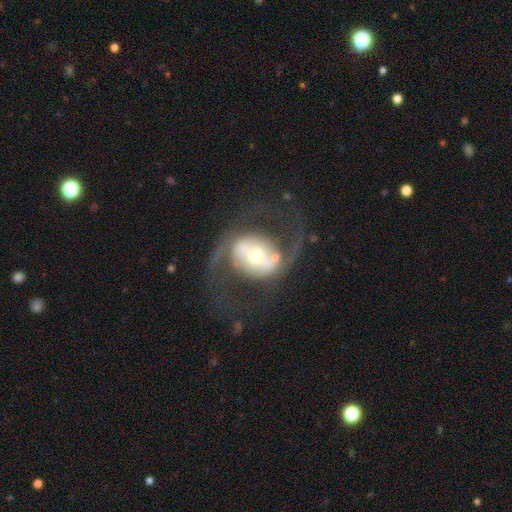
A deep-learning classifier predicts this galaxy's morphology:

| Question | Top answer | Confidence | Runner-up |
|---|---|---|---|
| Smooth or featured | featured or disk | 83% | smooth (11%) |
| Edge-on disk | no | 95% | yes (5%) |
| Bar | strong | 47% | no (27%) |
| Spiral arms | yes | 83% | no (17%) |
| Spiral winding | medium | 48% | loose (40%) |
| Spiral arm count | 2 | 90% | can't tell (4%) |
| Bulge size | moderate | 49% | small (39%) |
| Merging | none | 66% | major disturbance (18%) |